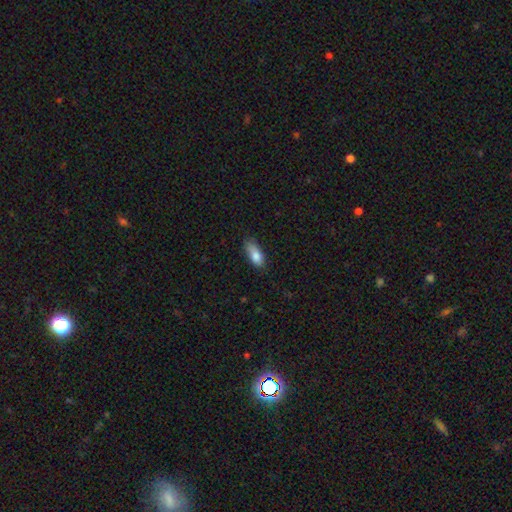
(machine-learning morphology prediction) Smooth or featured? smooth (83%)
How rounded? in between (78%)
Merging? none (62%)